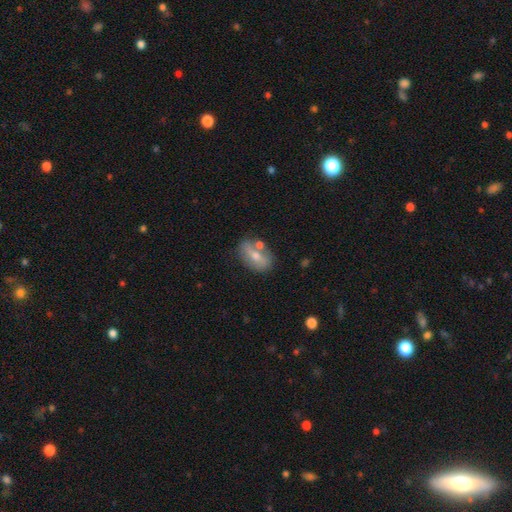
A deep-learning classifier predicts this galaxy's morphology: A smooth galaxy with no disk features (50%) that is in between round and cigar-shaped (80%).

Vote fractions:
- Smooth or featured? smooth: 50% / featured or disk: 42% / star or artifact: 8%
- How rounded? in between: 80% / round: 13% / cigar-shaped: 6%
- Merging? none: 64% / merger: 16% / minor disturbance: 15% / major disturbance: 5%